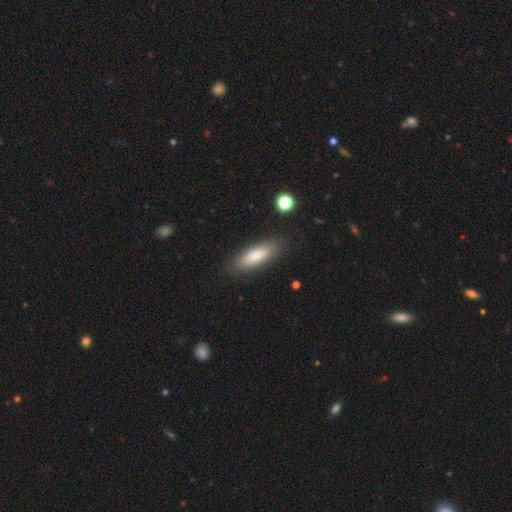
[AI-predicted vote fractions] Q: Smooth or featured?
A: smooth (82%); runner-up: featured or disk (11%)
Q: How rounded?
A: in between (59%); runner-up: cigar-shaped (39%)
Q: Merging?
A: none (84%); runner-up: minor disturbance (11%)